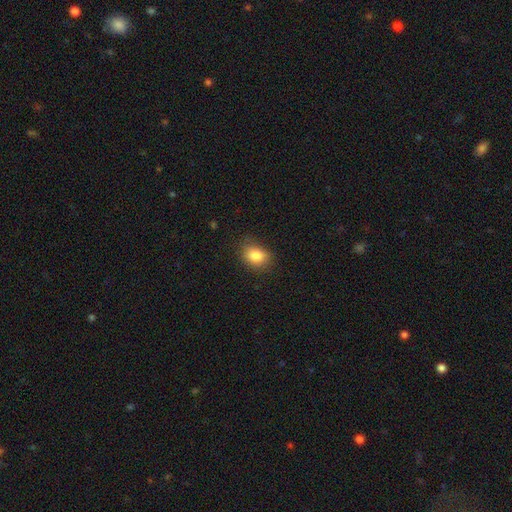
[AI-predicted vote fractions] Overall: smooth (85%). How rounded: in between (65%; round 34%). Merging: none (77%).